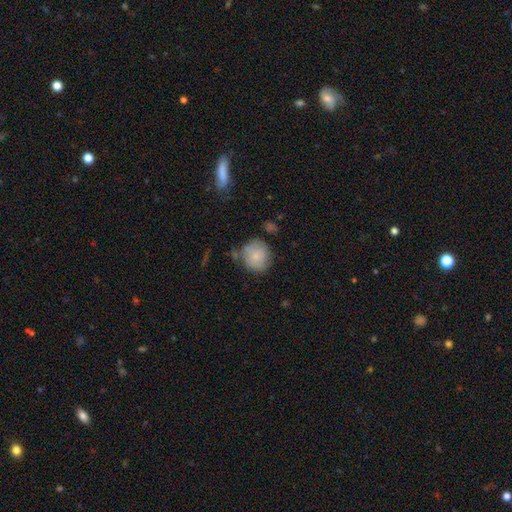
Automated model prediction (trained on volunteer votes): Smooth or featured?
  - smooth: 77% *
  - featured or disk: 16%
  - star or artifact: 7%
How rounded?
  - round: 85% *
  - in between: 14%
  - cigar-shaped: 1%
Merging?
  - none: 61% *
  - minor disturbance: 24%
  - major disturbance: 7%
  - merger: 7%